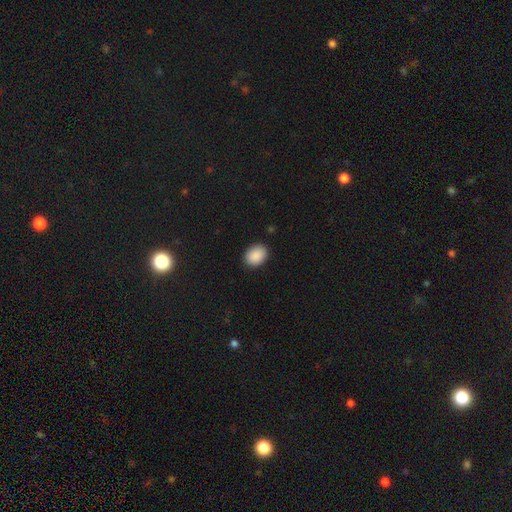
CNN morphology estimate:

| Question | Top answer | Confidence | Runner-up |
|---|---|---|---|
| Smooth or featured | smooth | 90% | star or artifact (7%) |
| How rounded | in between | 63% | round (36%) |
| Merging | none | 89% | minor disturbance (8%) |